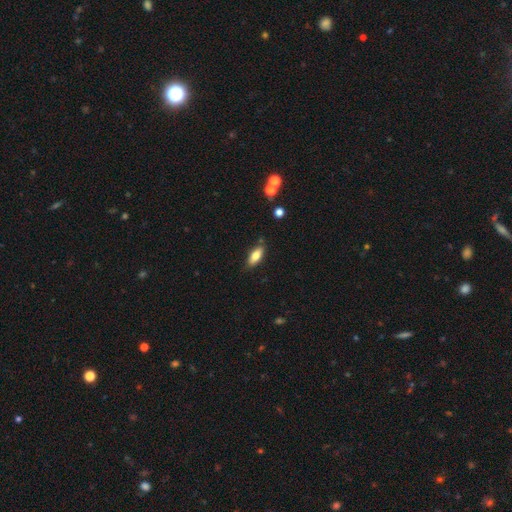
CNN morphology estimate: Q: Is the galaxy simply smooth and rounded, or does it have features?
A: smooth — 75%.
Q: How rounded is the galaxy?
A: in between — 77%.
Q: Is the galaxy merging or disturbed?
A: none — 83%.